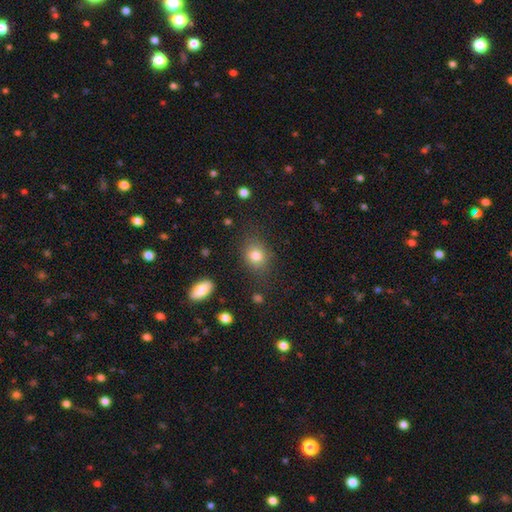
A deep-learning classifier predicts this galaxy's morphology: The model was most divided on "how rounded": round: 51%, in between: 47%, cigar-shaped: 1%. More confident: smooth or featured — smooth (81%); merging — none (79%).